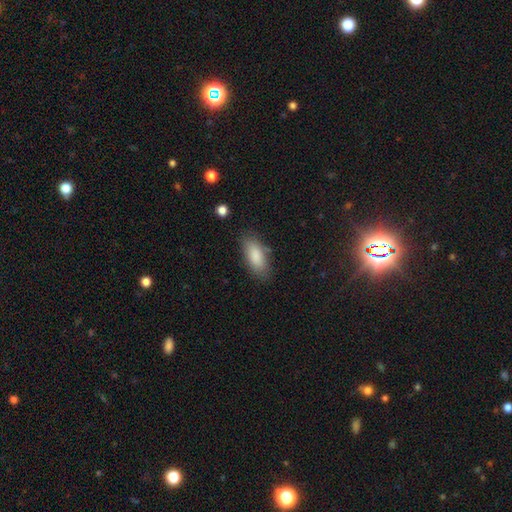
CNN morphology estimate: type=smooth (86%); roundness=in between (84%); merging=none (78%).